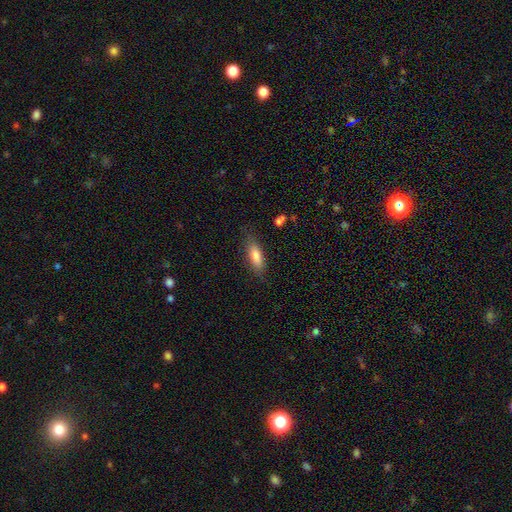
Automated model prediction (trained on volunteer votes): Smooth or featured?
  - smooth: 81% *
  - featured or disk: 13%
  - star or artifact: 7%
How rounded?
  - in between: 60% *
  - cigar-shaped: 38%
  - round: 2%
Merging?
  - none: 79% *
  - minor disturbance: 16%
  - major disturbance: 4%
  - merger: 2%